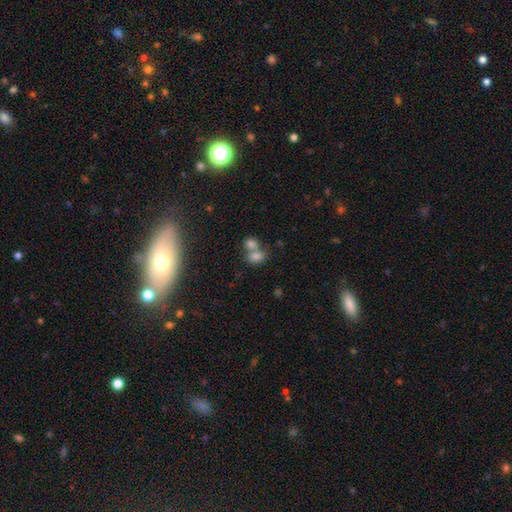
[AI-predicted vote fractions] A smooth galaxy with no disk features (77%) that is in between round and cigar-shaped (63%). Merging: merger (58%).